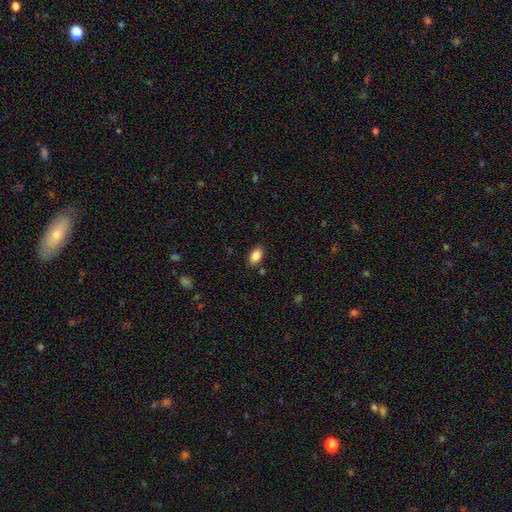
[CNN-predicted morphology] The model was most divided on "merging": none: 85%, minor disturbance: 10%, major disturbance: 3%, merger: 3%. More confident: how rounded — in between (91%); smooth or featured — smooth (87%).